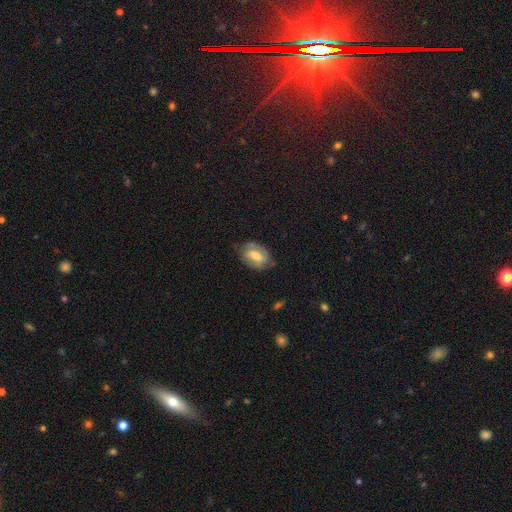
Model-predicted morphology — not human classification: A featured or disk galaxy (55%) with a weak bar (45%), spiral arms (72%) and a moderate central bulge (48%).

Vote fractions:
- Smooth or featured? featured or disk: 55% / smooth: 38% / star or artifact: 7%
- Edge-on disk? no: 94% / yes: 6%
- Bar? weak: 45% / strong: 30% / no: 24%
- Spiral arms? yes: 72% / no: 28%
- Bulge size? moderate: 48% / small: 22% / large: 20% / none: 7% / dominant: 2%
- Merging? none: 67% / minor disturbance: 23% / major disturbance: 8% / merger: 2%